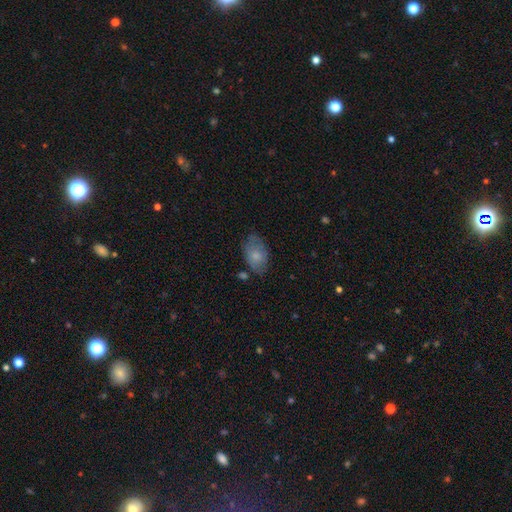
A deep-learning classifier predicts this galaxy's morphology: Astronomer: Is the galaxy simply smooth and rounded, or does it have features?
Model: smooth — 75%.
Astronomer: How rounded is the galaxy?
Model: in between — 90%.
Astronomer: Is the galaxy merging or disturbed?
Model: none — 63%.